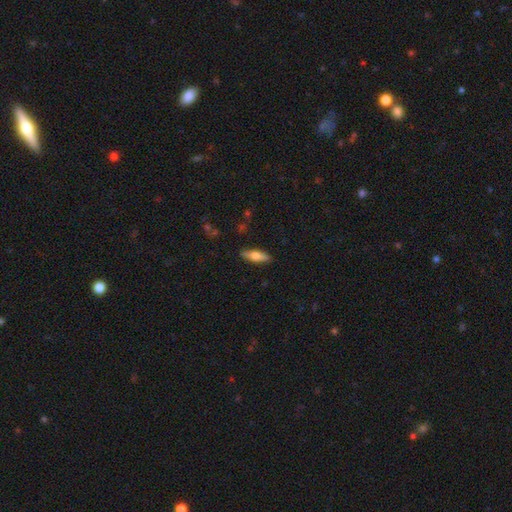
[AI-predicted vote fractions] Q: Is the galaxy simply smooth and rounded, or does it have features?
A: smooth — 61%.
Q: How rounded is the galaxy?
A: cigar-shaped — 51%.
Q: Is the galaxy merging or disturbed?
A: none — 86%.